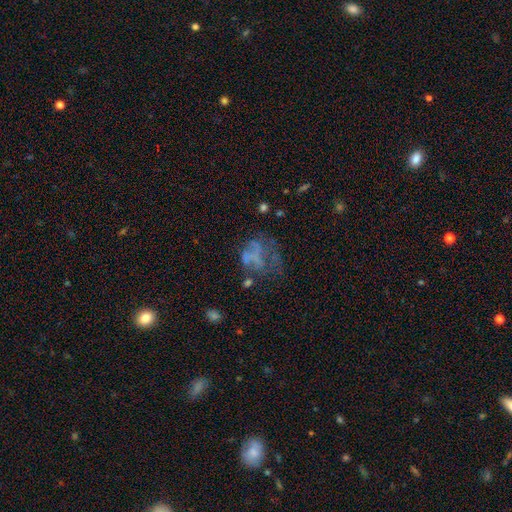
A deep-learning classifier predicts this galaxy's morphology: The model was most divided on "merging": major disturbance: 43%, none: 31%, minor disturbance: 19%, merger: 7%. Remaining: smooth or featured — featured or disk (46%).